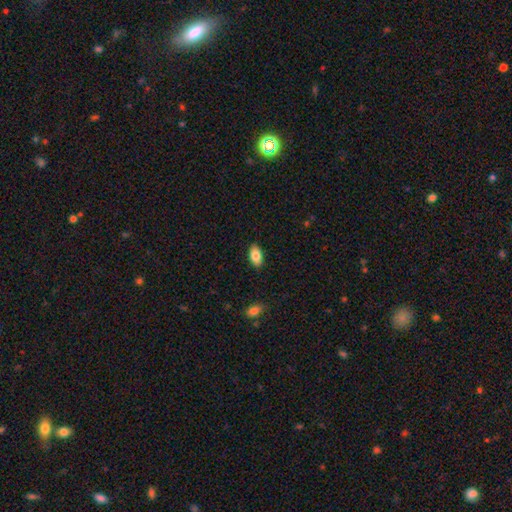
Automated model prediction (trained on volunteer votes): Overall: smooth (83%). How rounded: in between (92%). Merging: none (88%).